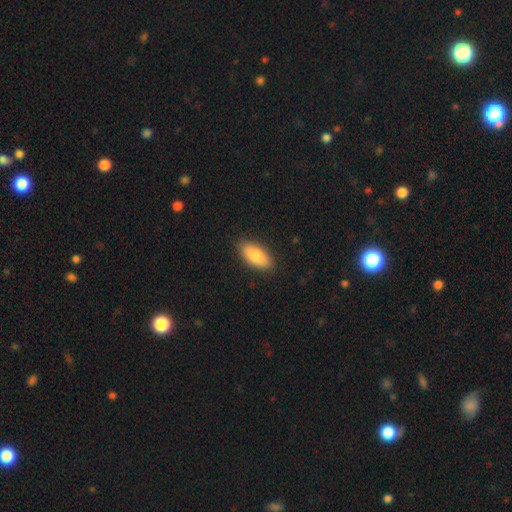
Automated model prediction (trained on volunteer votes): smooth-or-featured: smooth: 86% | featured or disk: 8% | star or artifact: 6%
  how-rounded: in between: 88% | cigar-shaped: 10% | round: 2%
  merging: none: 88% | minor disturbance: 9% | major disturbance: 2% | merger: 1%